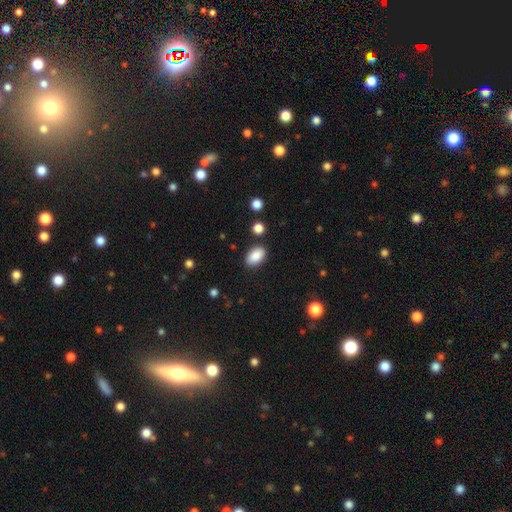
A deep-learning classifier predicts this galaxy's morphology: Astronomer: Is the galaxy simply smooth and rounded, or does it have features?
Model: smooth — 88%.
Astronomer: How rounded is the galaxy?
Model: in between — 92%.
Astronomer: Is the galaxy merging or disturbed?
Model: none — 84%.